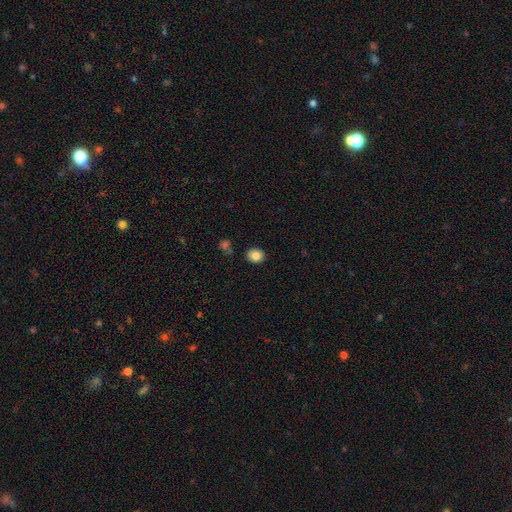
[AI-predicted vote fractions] Overall: smooth (83%). How rounded: round (65%; in between 34%). Merging: none (86%).